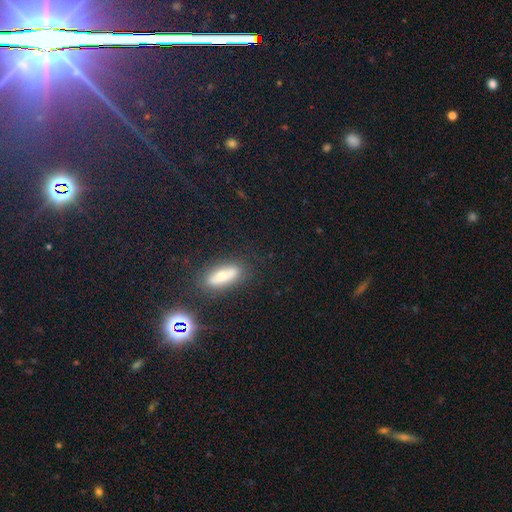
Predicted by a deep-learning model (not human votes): Q: Smooth or featured?
A: star or artifact (43%); runner-up: smooth (42%)